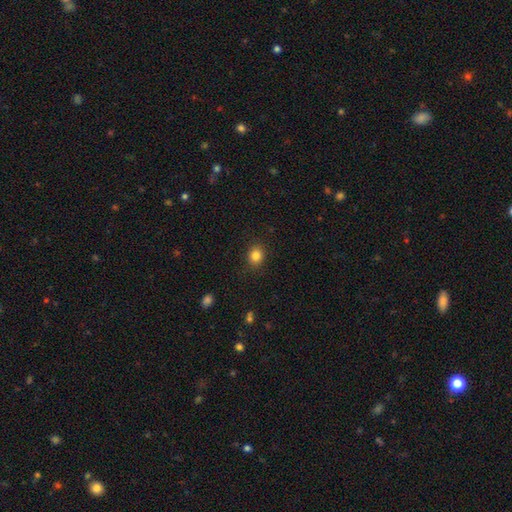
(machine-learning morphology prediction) Smooth or featured: smooth — 84% (star or artifact — 11%)
How rounded: round — 63% (in between — 36%)
Merging: none — 87% (minor disturbance — 9%)